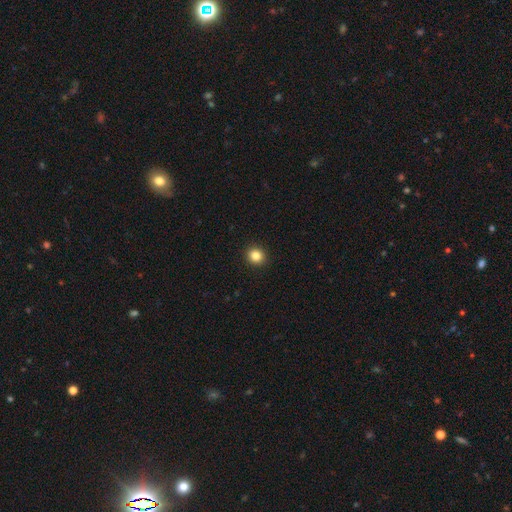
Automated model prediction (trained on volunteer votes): Overall: smooth (84%). How rounded: round (89%). Merging: none (93%).